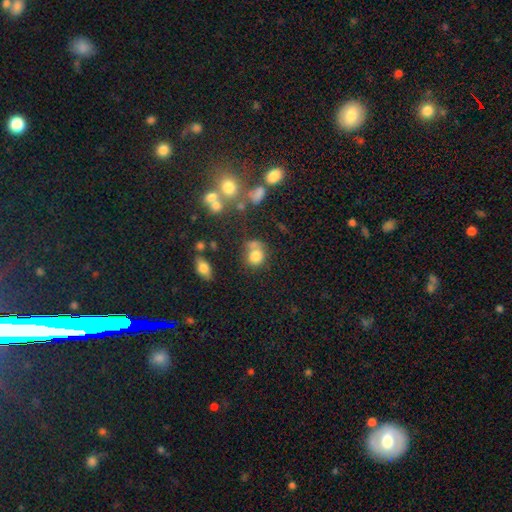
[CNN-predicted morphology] smooth_or_featured: smooth (p=0.76) [alt: star or artifact p=0.12]
how_rounded: round (p=0.72) [alt: in between p=0.27]
merging: none (p=0.44) [alt: merger p=0.28]